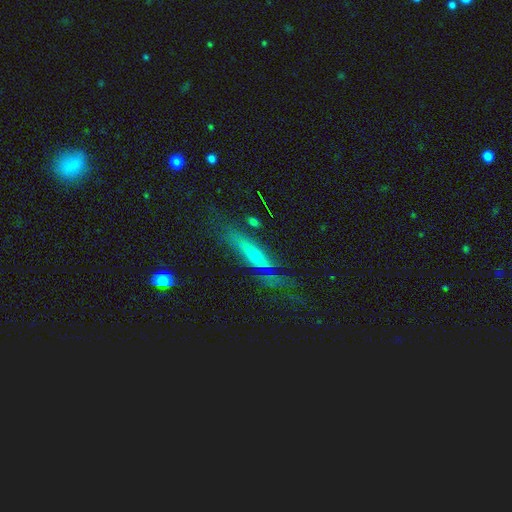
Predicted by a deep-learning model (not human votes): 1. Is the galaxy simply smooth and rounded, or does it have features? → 53% featured or disk, 34% smooth, 13% star or artifact.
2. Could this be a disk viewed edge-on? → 65% yes, 35% no.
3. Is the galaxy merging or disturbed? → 44% none, 28% major disturbance, 23% minor disturbance, 5% merger.